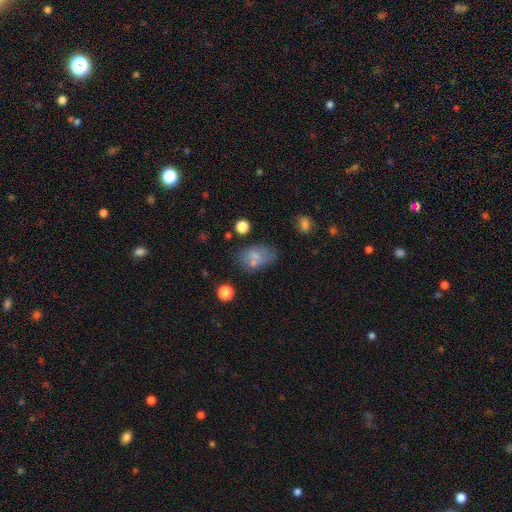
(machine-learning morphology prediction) Smooth or featured: smooth — 69% (featured or disk — 17%)
How rounded: in between — 83% (round — 15%)
Merging: none — 53% (minor disturbance — 21%)